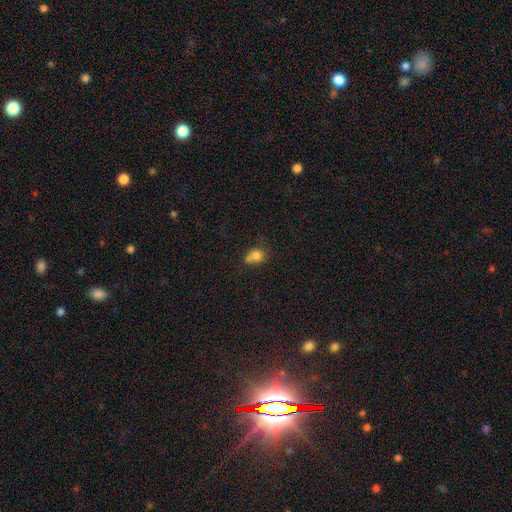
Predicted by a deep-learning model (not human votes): Smooth or featured? Predicted: smooth (p=0.77). How rounded? Predicted: round (p=0.66). Merging? Predicted: merger (p=0.39).